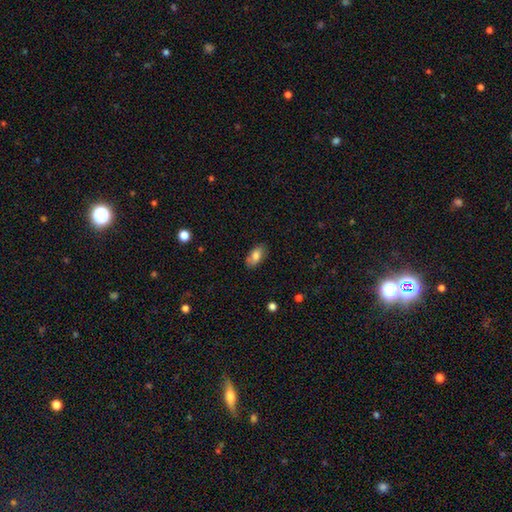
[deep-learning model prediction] This is likely a smooth galaxy (78%). How rounded: clearly in between (91%). Merging: likely none (77%).